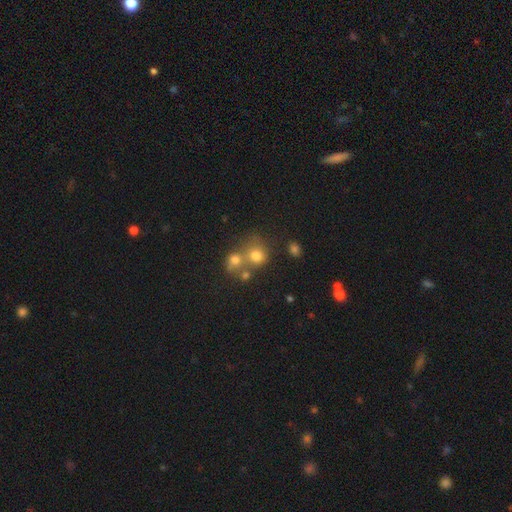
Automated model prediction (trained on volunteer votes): Smooth or featured? smooth (72%)
How rounded? round (79%)
Merging? merger (44%)